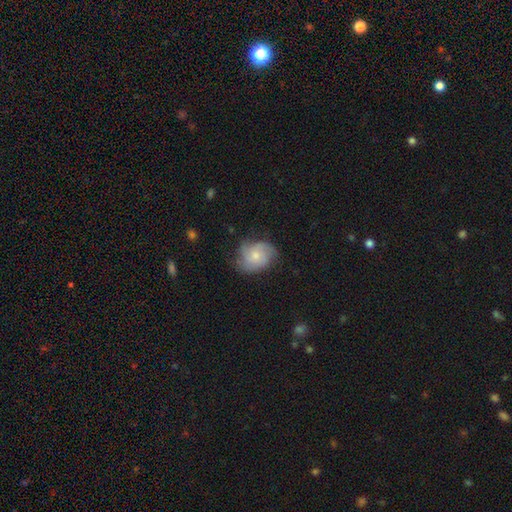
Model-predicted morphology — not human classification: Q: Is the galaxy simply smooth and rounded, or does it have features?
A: featured or disk — 56%.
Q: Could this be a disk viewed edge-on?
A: no — 97%.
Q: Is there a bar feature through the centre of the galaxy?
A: no — 78%.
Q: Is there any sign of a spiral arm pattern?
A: yes — 89%.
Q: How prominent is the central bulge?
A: small — 50%.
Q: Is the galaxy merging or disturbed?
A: none — 66%.